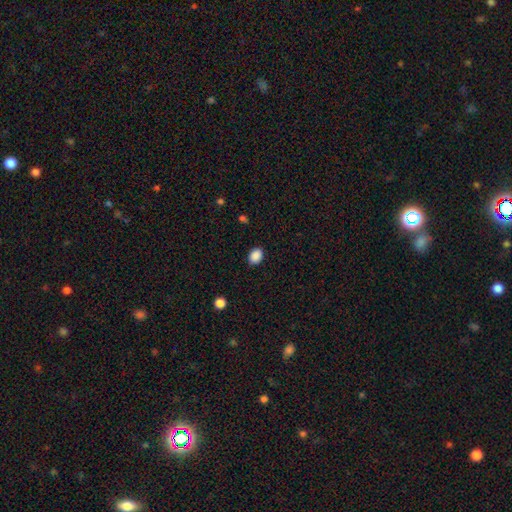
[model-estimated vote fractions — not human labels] smooth 89%, star or artifact 9%, featured or disk 2%. Down the decision tree: how rounded — in between (65%); merging — none (88%).